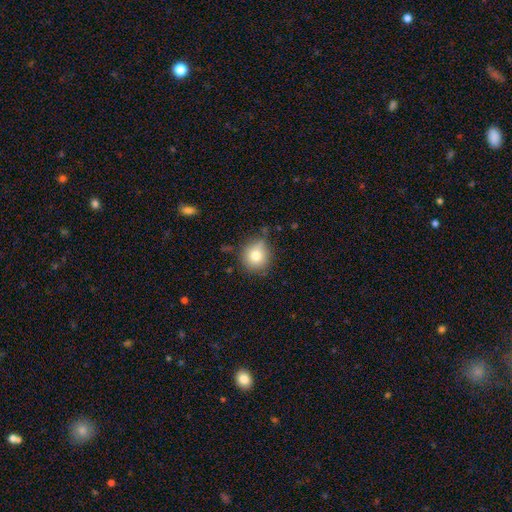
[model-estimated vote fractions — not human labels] A smooth galaxy with no disk features (77%) that is round (87%).

Vote fractions:
- Smooth or featured? smooth: 77% / featured or disk: 12% / star or artifact: 11%
- How rounded? round: 87% / in between: 12% / cigar-shaped: 1%
- Merging? none: 72% / minor disturbance: 21% / major disturbance: 5% / merger: 3%